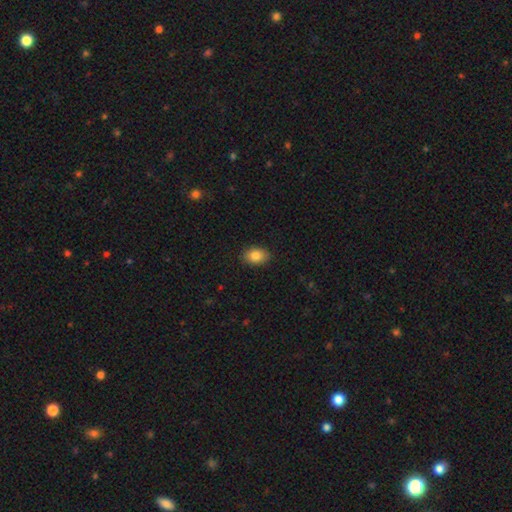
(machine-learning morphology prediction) smooth-or-featured: smooth: 86% | star or artifact: 8% | featured or disk: 7%
  how-rounded: in between: 80% | round: 18% | cigar-shaped: 1%
  merging: none: 88% | minor disturbance: 9% | major disturbance: 2% | merger: 1%